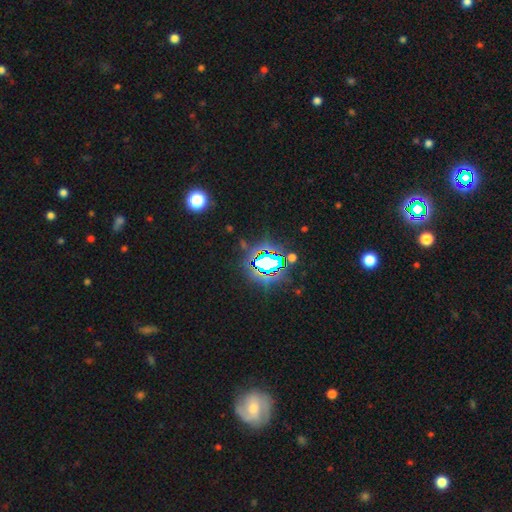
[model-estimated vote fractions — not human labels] Smooth or featured?
  - star or artifact: 77% *
  - smooth: 13%
  - featured or disk: 10%